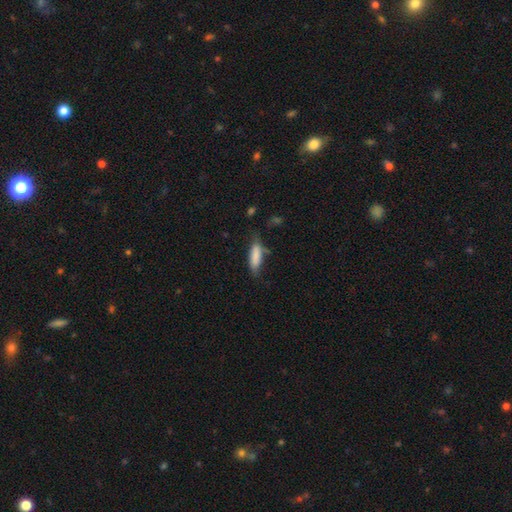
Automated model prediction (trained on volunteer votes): Smooth or featured? Predicted: smooth (p=0.82). How rounded? Predicted: in between (p=0.54). Merging? Predicted: none (p=0.54).